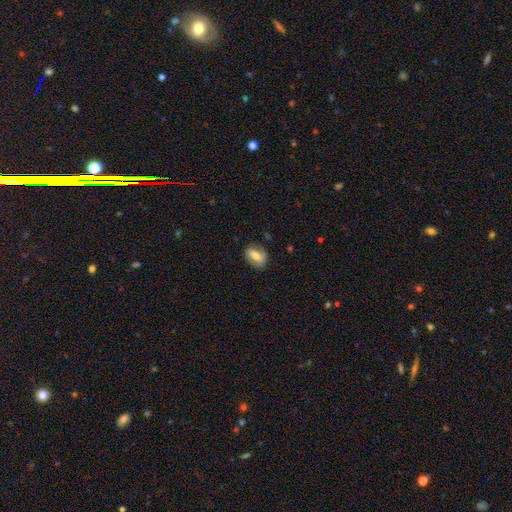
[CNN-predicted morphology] This is possibly a smooth galaxy (56%). How rounded: likely in between (75%). Merging: likely none (75%).